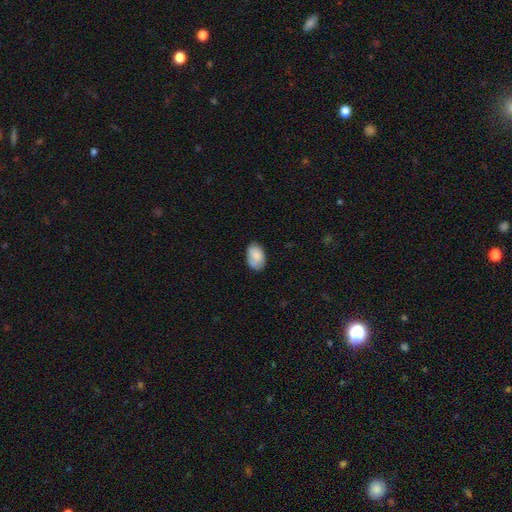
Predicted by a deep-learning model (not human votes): This appears to be a smooth galaxy with no disk features (81%) that is in between round and cigar-shaped (90%). Merging: none (69%).